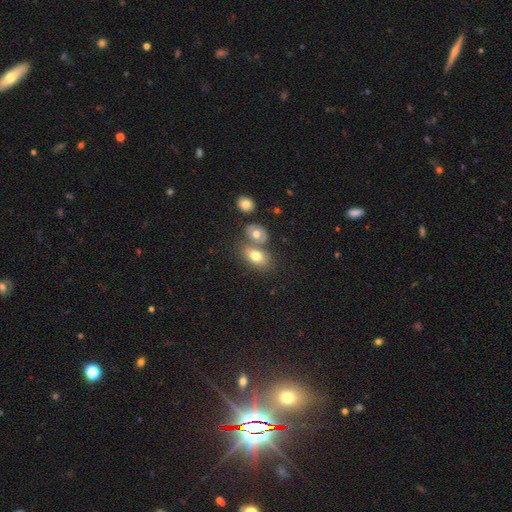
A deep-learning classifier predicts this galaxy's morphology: A smooth galaxy with no disk features (70%) that is in between round and cigar-shaped (82%).

Vote fractions:
- Smooth or featured? smooth: 70% / featured or disk: 20% / star or artifact: 9%
- How rounded? in between: 82% / round: 16% / cigar-shaped: 2%
- Merging? none: 45% / merger: 39% / minor disturbance: 12% / major disturbance: 5%